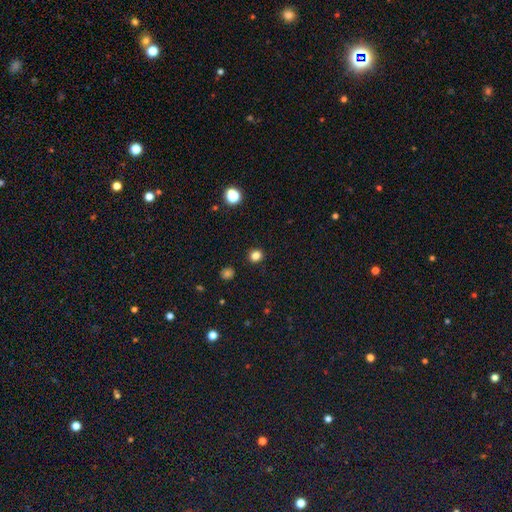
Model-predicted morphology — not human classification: smooth_or_featured: smooth (p=0.81) [alt: star or artifact p=0.14]
how_rounded: round (p=0.85) [alt: in between p=0.14]
merging: none (p=0.91) [alt: minor disturbance p=0.06]